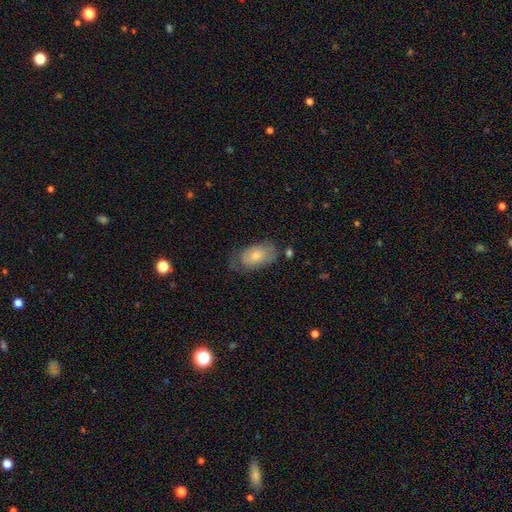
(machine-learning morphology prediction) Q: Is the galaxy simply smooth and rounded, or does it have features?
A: smooth — 69%.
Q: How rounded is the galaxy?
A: in between — 92%.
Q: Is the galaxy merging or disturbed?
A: none — 48%.